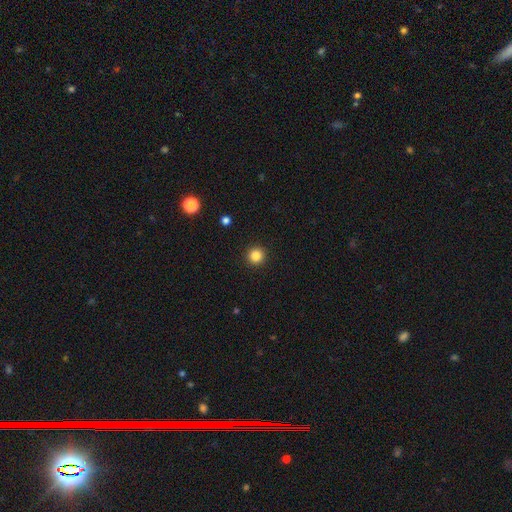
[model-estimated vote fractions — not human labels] smooth 84%, star or artifact 12%, featured or disk 4%. Down the decision tree: how rounded — round (95%); merging — none (93%).